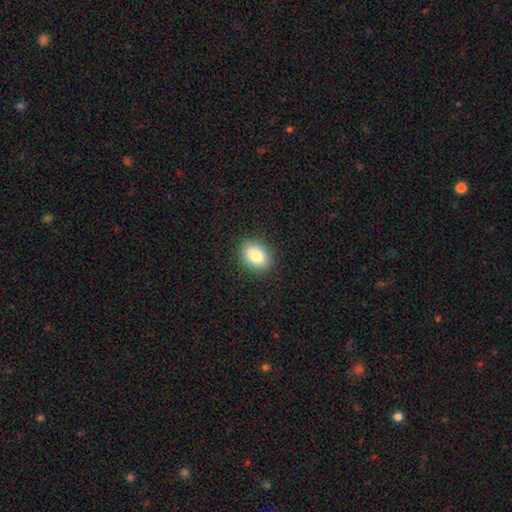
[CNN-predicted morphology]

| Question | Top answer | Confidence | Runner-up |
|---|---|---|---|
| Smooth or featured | smooth | 84% | star or artifact (9%) |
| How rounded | in between | 70% | round (29%) |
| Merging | none | 89% | minor disturbance (8%) |